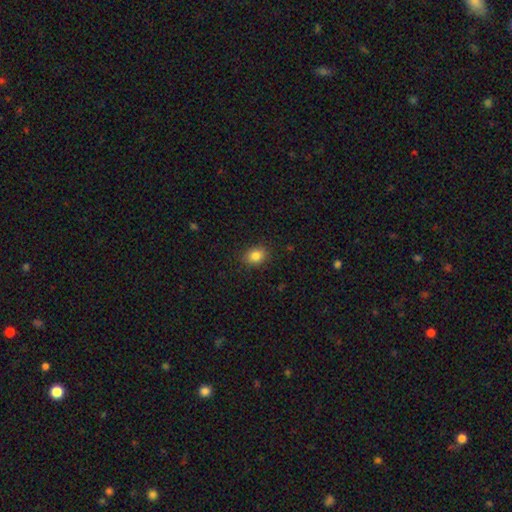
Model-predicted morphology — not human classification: smooth_or_featured: smooth (p=0.85) [alt: star or artifact p=0.10]
how_rounded: in between (p=0.52) [alt: round p=0.47]
merging: none (p=0.87) [alt: minor disturbance p=0.10]